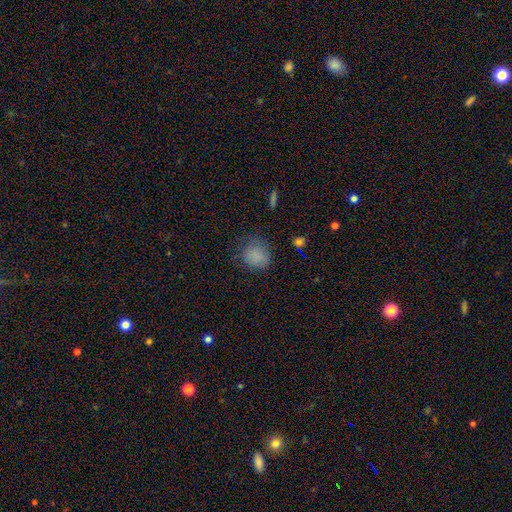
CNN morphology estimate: Smooth or featured? smooth (81%)
How rounded? round (73%)
Merging? none (66%)